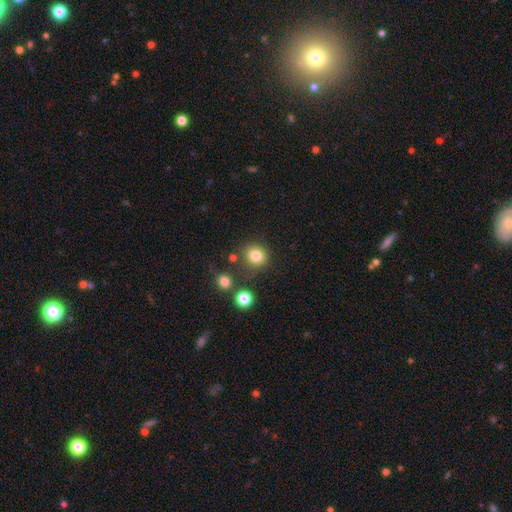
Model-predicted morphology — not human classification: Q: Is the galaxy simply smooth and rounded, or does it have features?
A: smooth — 82%.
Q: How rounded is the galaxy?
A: round — 85%.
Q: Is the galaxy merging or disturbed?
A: none — 79%.